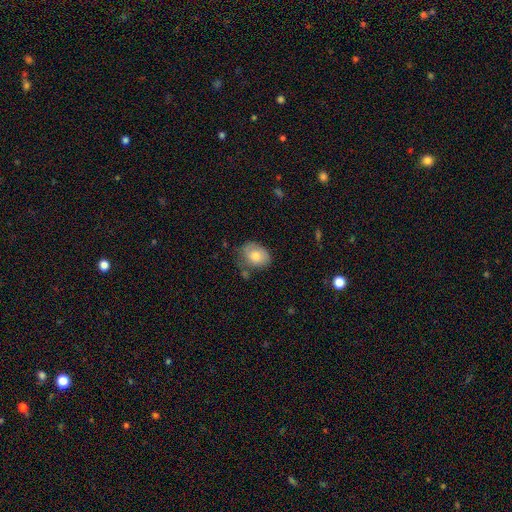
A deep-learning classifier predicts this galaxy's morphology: type=smooth (75%); roundness=in between (62%); merging=none (59%).